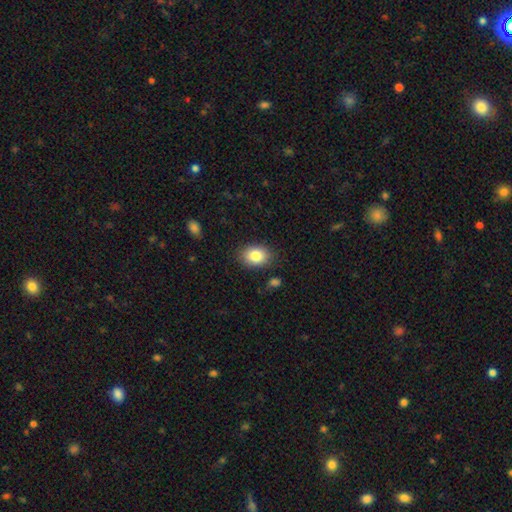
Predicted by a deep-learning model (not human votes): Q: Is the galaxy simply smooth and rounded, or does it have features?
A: smooth — 84%.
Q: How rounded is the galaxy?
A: in between — 72%.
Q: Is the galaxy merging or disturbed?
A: none — 84%.